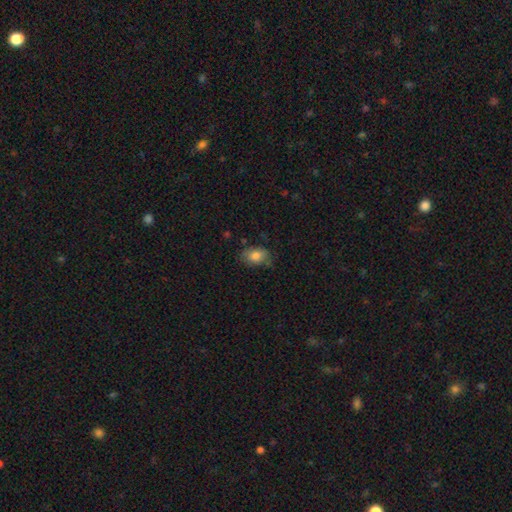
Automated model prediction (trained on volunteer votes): smooth-or-featured: smooth: 81% | featured or disk: 11% | star or artifact: 8%
  how-rounded: in between: 84% | round: 14% | cigar-shaped: 1%
  merging: none: 71% | minor disturbance: 22% | major disturbance: 5% | merger: 3%